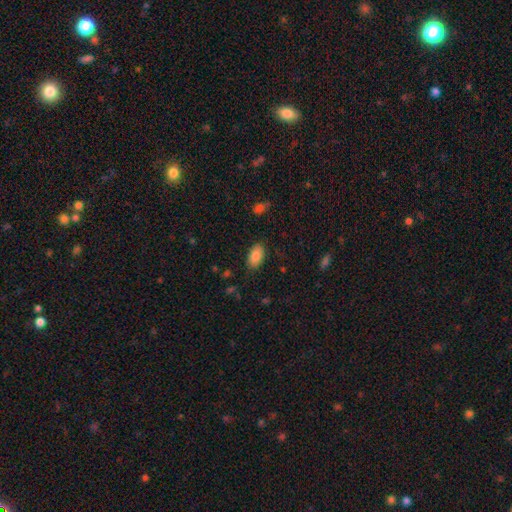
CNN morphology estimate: smooth_or_featured: smooth (p=0.88) [alt: star or artifact p=0.08]
how_rounded: in between (p=0.93) [alt: round p=0.04]
merging: none (p=0.84) [alt: minor disturbance p=0.12]